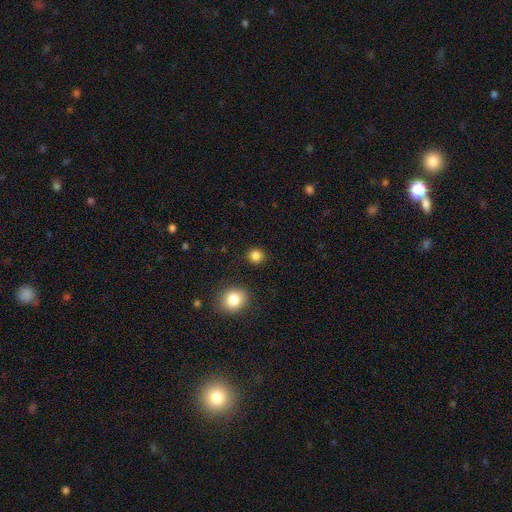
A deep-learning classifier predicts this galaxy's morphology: type=smooth (84%); roundness=round (89%); merging=none (90%).